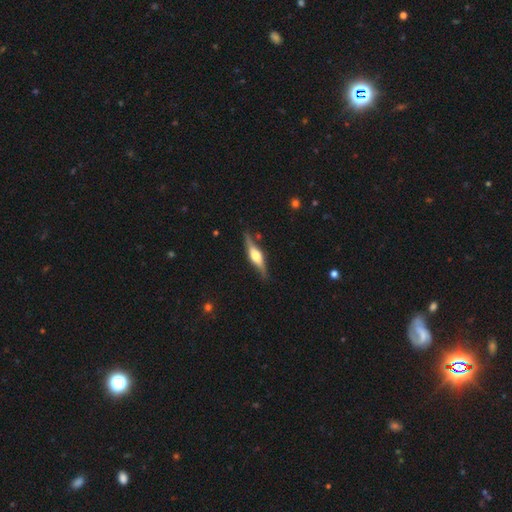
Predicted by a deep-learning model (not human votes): Q: Smooth or featured?
A: featured or disk (69%); runner-up: smooth (25%)
Q: Edge-on disk?
A: yes (94%); runner-up: no (6%)
Q: Edge-on bulge?
A: rounded (89%); runner-up: boxy (9%)
Q: Merging?
A: none (83%); runner-up: minor disturbance (13%)